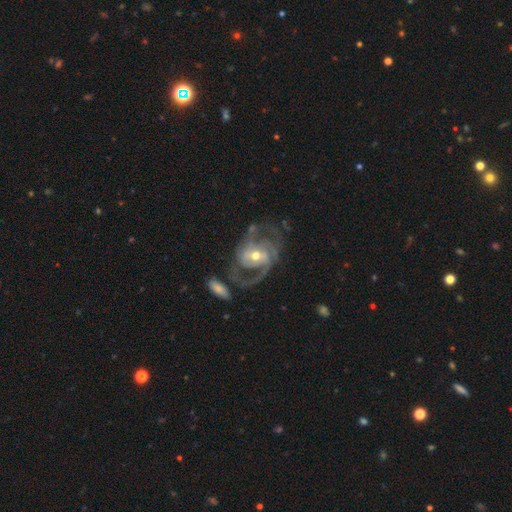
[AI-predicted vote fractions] smooth-or-featured: featured or disk: 87% | smooth: 8% | star or artifact: 5%
  disk-edge-on: no: 97% | yes: 3%
    bar: no: 41% | weak: 39% | strong: 21%
    has-spiral-arms: yes: 92% | no: 8%
      spiral-winding: medium: 50% | tight: 27% | loose: 23%
      spiral-arm-count: 2: 56% | 3: 16% | can't tell: 15% | 1: 6% | 4: 4% | more than 4: 3%
    bulge-size: moderate: 66% | small: 27% | large: 5% | none: 1% | dominant: 1%
  merging: none: 49% | major disturbance: 26% | minor disturbance: 19% | merger: 5%